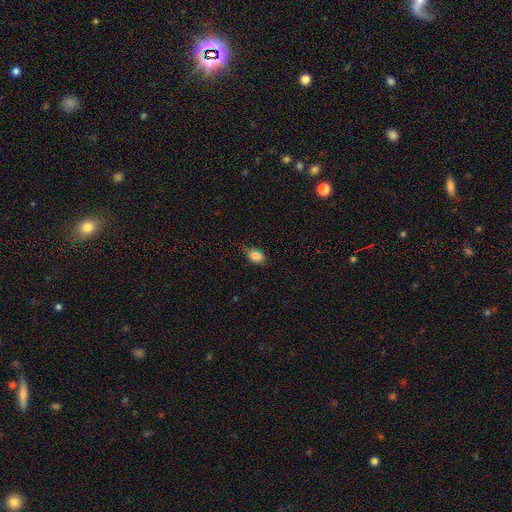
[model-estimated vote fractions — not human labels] Overall: smooth (85%). How rounded: in between (81%). Merging: none (75%).